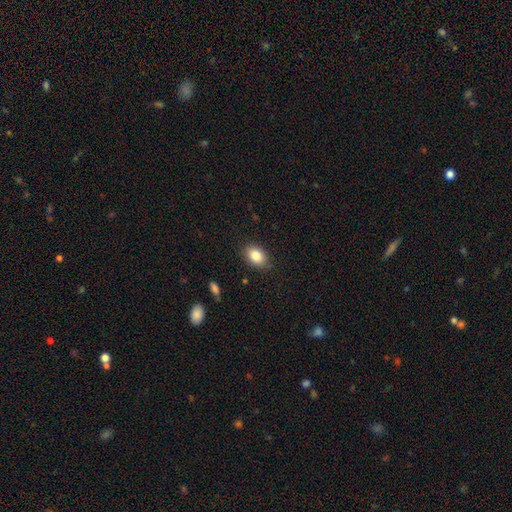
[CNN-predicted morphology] This appears to be a smooth galaxy with no disk features (85%) that is in between round and cigar-shaped (81%). Merging: none (85%).